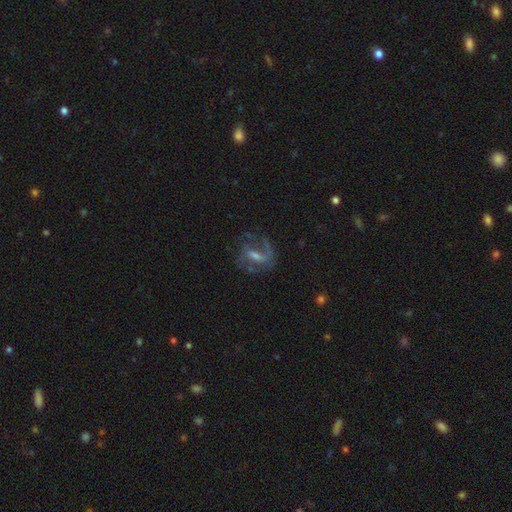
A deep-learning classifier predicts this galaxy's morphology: The model was most divided on "bulge size": moderate: 41%, small: 36%, none: 14%, large: 7%, dominant: 1%. Remaining: edge-on disk — no (96%); spiral arms — yes (90%); smooth or featured — featured or disk (77%); merging — none (61%); spiral arm count — 2 (57%); bar — weak (50%); spiral winding — medium (48%).